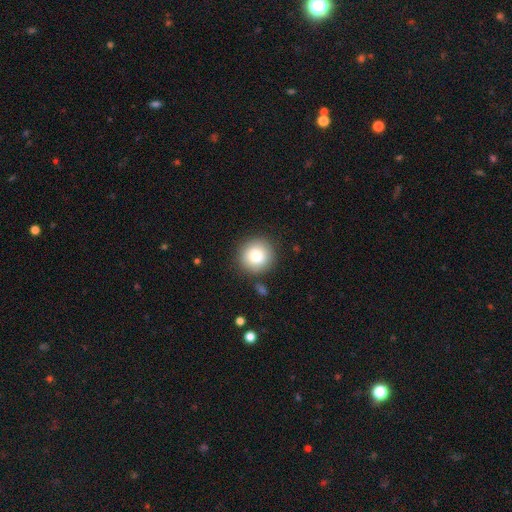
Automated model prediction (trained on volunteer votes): Overall: smooth (82%). How rounded: round (94%). Merging: none (87%).